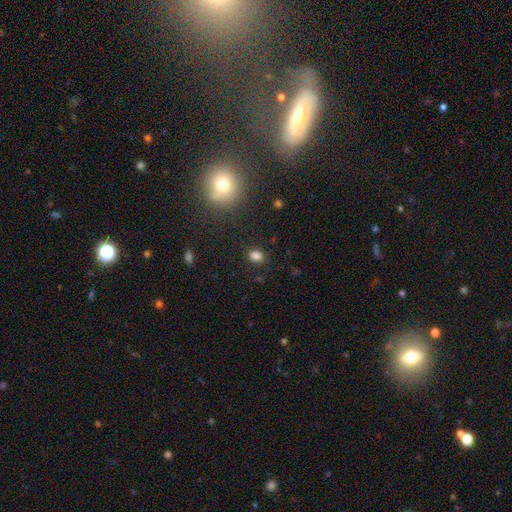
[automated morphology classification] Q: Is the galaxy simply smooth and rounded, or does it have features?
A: smooth — 82%.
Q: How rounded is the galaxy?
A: in between — 65%.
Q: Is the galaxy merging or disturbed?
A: none — 84%.